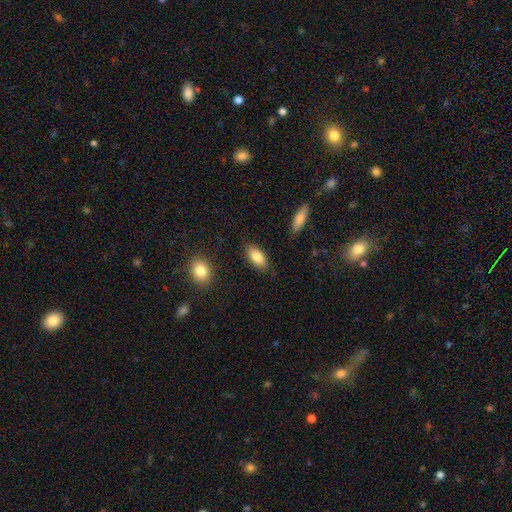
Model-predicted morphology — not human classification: Smooth or featured: smooth — 84% (featured or disk — 9%)
How rounded: in between — 90% (cigar-shaped — 7%)
Merging: none — 86% (minor disturbance — 10%)